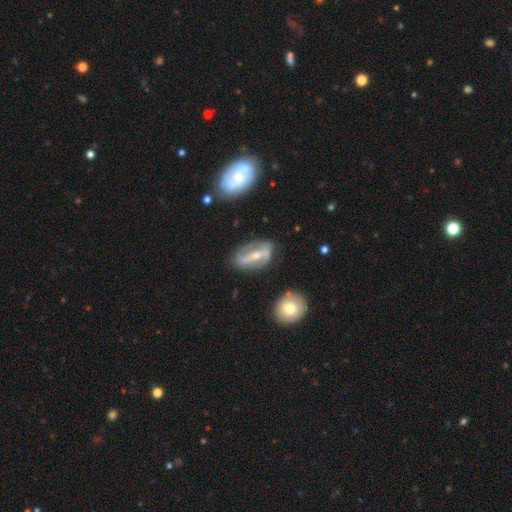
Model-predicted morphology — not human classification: Smooth or featured? Predicted: featured or disk (p=0.77). Edge-on disk? Predicted: no (p=0.86). Bar? Predicted: strong (p=0.65). Spiral arms? Predicted: yes (p=0.75). Spiral winding? Predicted: loose (p=0.54). Spiral arm count? Predicted: 2 (p=0.84). Bulge size? Predicted: moderate (p=0.49). Merging? Predicted: none (p=0.73).